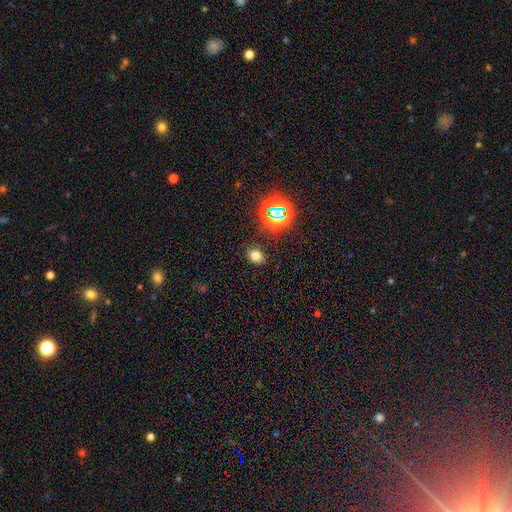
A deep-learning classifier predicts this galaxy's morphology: This is likely a smooth galaxy (70%). How rounded: possibly in between (54%). Merging: clearly none (84%).